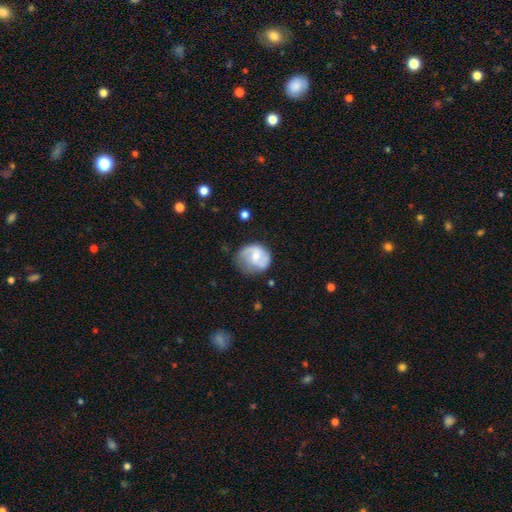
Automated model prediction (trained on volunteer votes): Smooth or featured? featured or disk (57%)
Edge-on disk? no (97%)
Bar? no (53%)
Spiral arms? yes (82%)
Bulge size? moderate (48%)
Merging? none (58%)